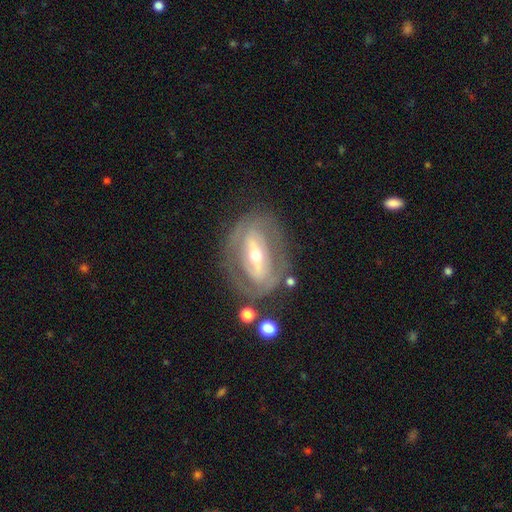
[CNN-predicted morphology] The model was most divided on "bulge size": small: 50%, moderate: 45%, large: 3%, dominant: 1%, none: 1%. More confident: edge-on disk — no (91%); smooth or featured — featured or disk (81%); merging — none (70%); spiral arms — yes (64%); bar — strong (54%).